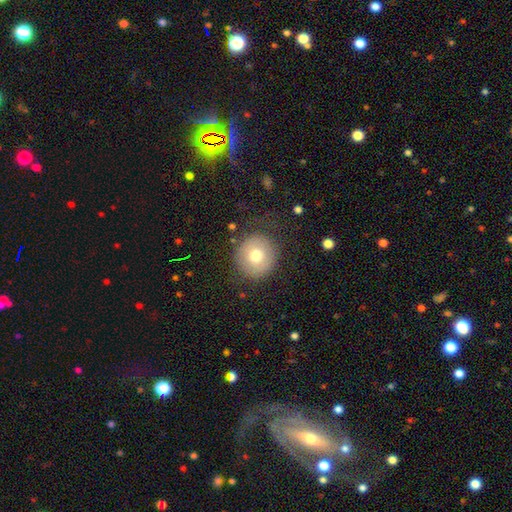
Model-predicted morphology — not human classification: smooth-or-featured: smooth: 71% | featured or disk: 20% | star or artifact: 10%
  how-rounded: round: 92% | in between: 7% | cigar-shaped: 1%
  merging: none: 80% | minor disturbance: 12% | major disturbance: 7% | merger: 1%